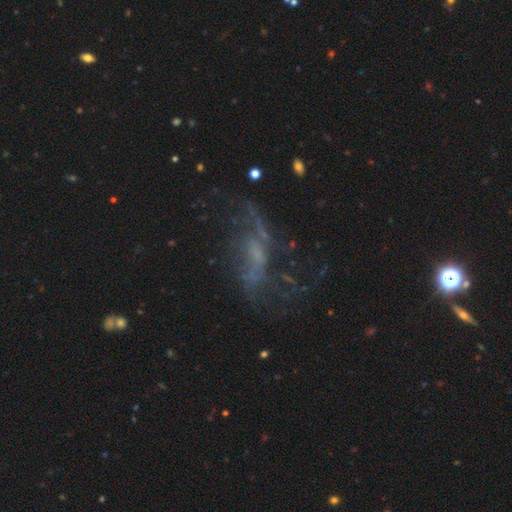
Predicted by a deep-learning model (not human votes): Overall: featured or disk (61%; star or artifact 23%). Edge-on disk: no (89%). Bar: no (60%; weak 29%). Spiral arms: yes (51%; no 49%). Bulge size: none (48%; small 34%). Merging: none (43%; major disturbance 35%).